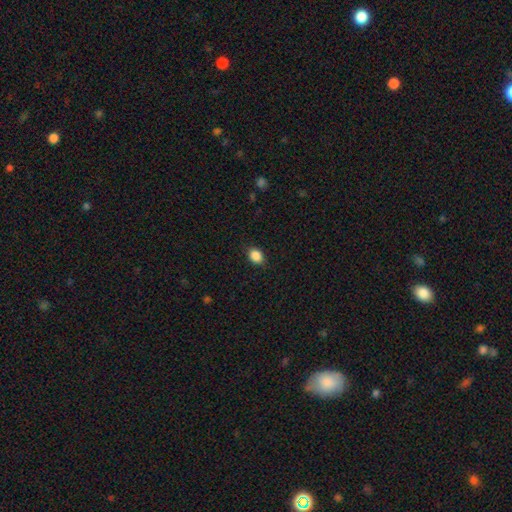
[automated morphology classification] type=smooth (88%); roundness=in between (62%); merging=none (85%).